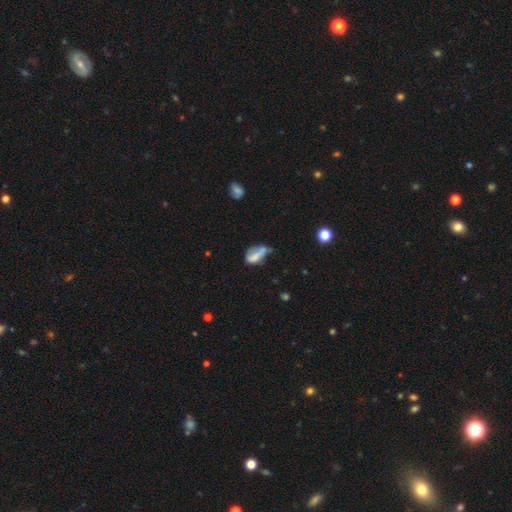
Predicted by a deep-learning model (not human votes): This is possibly a smooth galaxy (60%). How rounded: clearly in between (83%). Merging: marginally minor disturbance (30%).